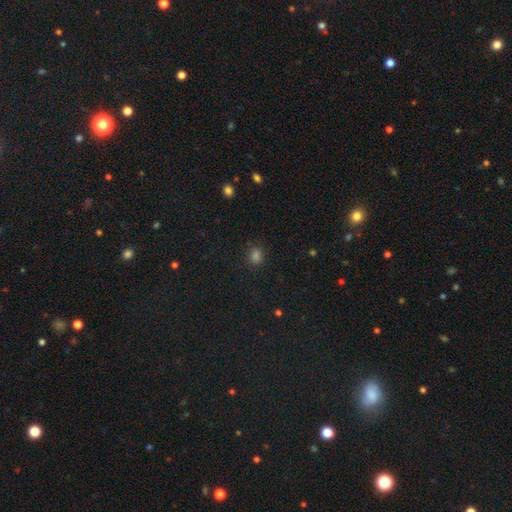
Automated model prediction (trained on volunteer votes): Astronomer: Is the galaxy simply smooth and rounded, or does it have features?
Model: smooth — 74%.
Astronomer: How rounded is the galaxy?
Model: round — 69%.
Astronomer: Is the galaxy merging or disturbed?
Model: none — 84%.